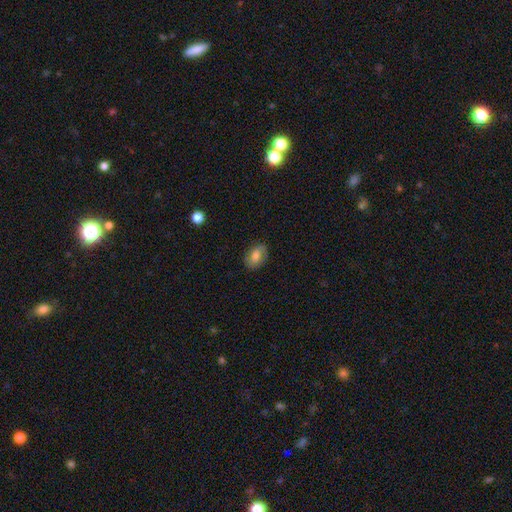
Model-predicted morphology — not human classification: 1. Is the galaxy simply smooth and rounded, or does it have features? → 70% smooth, 22% featured or disk, 8% star or artifact.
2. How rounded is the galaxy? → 83% in between, 15% round, 1% cigar-shaped.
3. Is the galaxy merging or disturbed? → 83% none, 13% minor disturbance, 3% major disturbance, 1% merger.